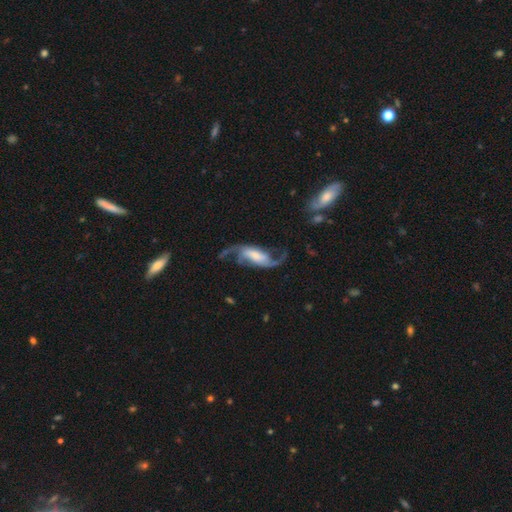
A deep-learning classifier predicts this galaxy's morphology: Q: Smooth or featured?
A: featured or disk (86%); runner-up: smooth (9%)
Q: Edge-on disk?
A: no (95%); runner-up: yes (5%)
Q: Bar?
A: weak (38%); runner-up: strong (34%)
Q: Spiral arms?
A: yes (96%); runner-up: no (4%)
Q: Spiral winding?
A: loose (70%); runner-up: medium (24%)
Q: Spiral arm count?
A: 2 (91%); runner-up: can't tell (2%)
Q: Bulge size?
A: moderate (30%); runner-up: small (27%)
Q: Merging?
A: none (61%); runner-up: major disturbance (19%)